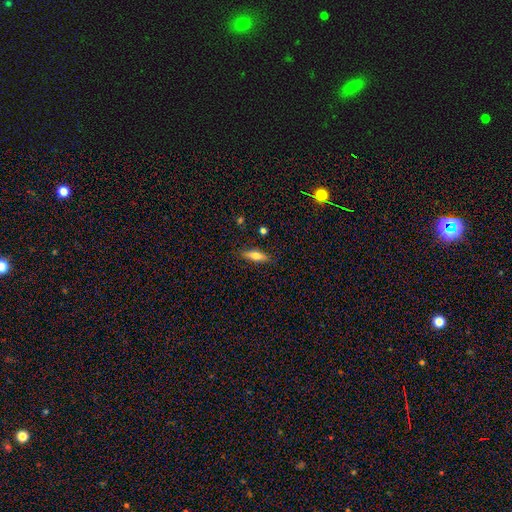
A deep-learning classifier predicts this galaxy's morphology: Overall: smooth (69%). How rounded: cigar-shaped (50%; in between 48%). Merging: none (85%).